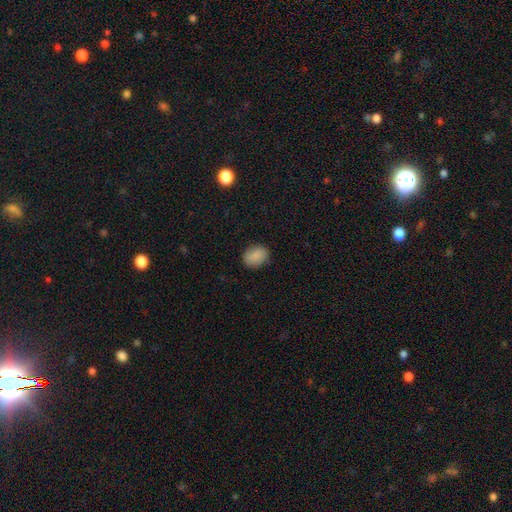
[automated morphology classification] smooth 88%, star or artifact 8%, featured or disk 5%. Down the decision tree: how rounded — in between (52%); merging — none (85%).